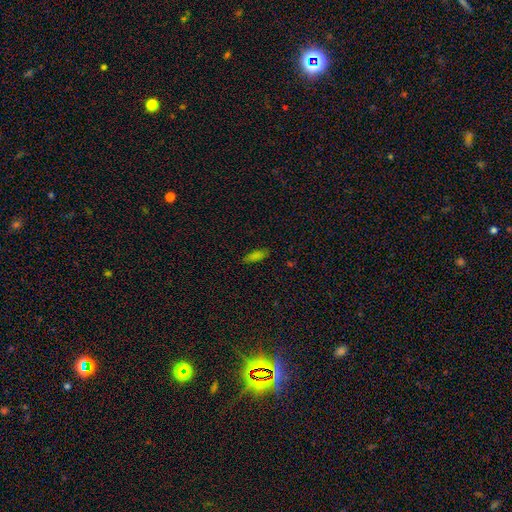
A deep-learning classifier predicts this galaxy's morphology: Smooth or featured?
  - smooth: 76% *
  - star or artifact: 16%
  - featured or disk: 9%
How rounded?
  - in between: 61% *
  - cigar-shaped: 36%
  - round: 3%
Merging?
  - none: 82% *
  - minor disturbance: 13%
  - major disturbance: 3%
  - merger: 2%